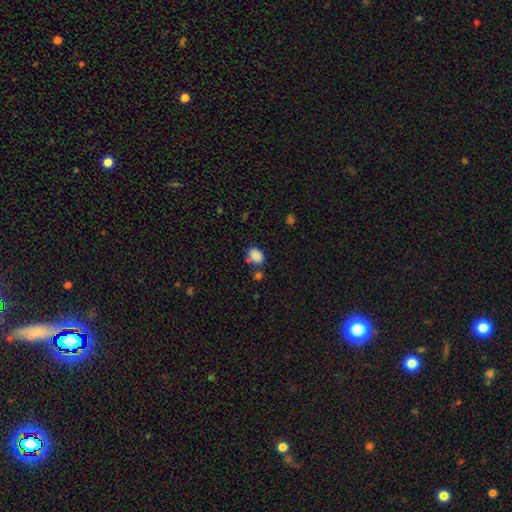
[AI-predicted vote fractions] A smooth galaxy with no disk features (86%) that is in between round and cigar-shaped (75%). Merging: none (63%).